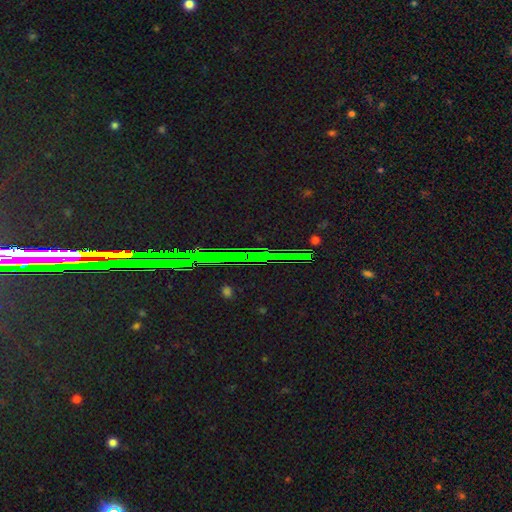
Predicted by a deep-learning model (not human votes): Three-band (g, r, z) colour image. It shows a star or artifact, not a galaxy (80%).